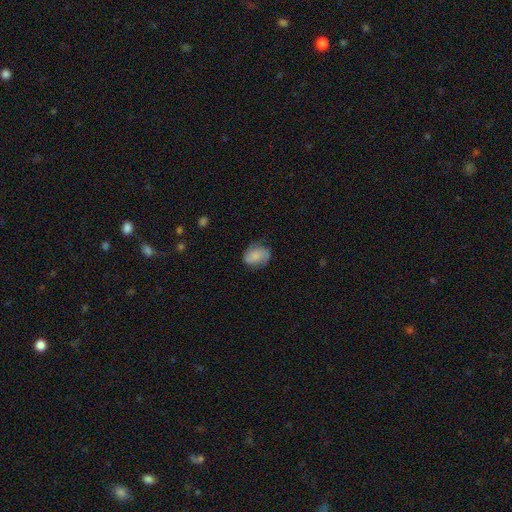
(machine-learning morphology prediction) Q: Smooth or featured?
A: smooth (62%); runner-up: featured or disk (29%)
Q: How rounded?
A: in between (67%); runner-up: round (32%)
Q: Merging?
A: none (68%); runner-up: minor disturbance (23%)